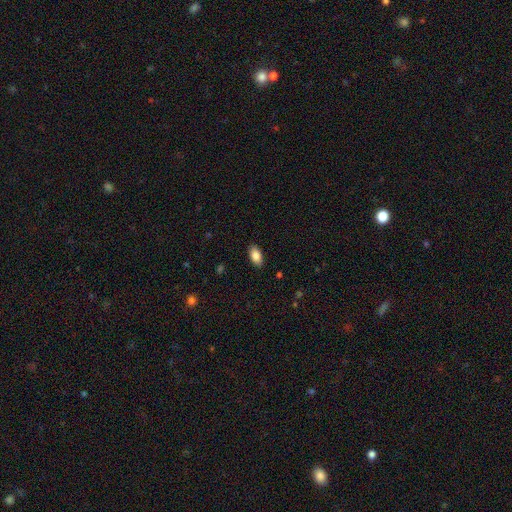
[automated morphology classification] Smooth or featured?
  - smooth: 86% *
  - star or artifact: 7%
  - featured or disk: 7%
How rounded?
  - in between: 93% *
  - cigar-shaped: 4%
  - round: 3%
Merging?
  - none: 88% *
  - minor disturbance: 9%
  - major disturbance: 2%
  - merger: 1%